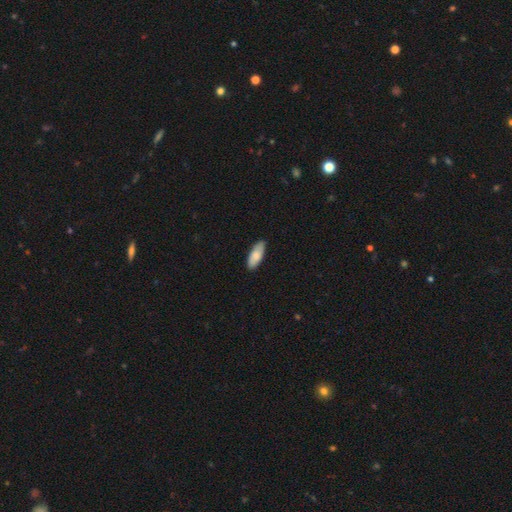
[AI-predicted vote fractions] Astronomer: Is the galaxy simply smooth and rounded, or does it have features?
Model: smooth — 82%.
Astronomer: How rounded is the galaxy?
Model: in between — 72%.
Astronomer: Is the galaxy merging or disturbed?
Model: none — 87%.